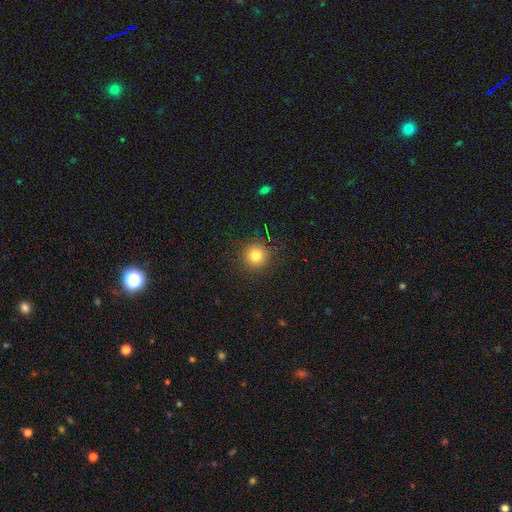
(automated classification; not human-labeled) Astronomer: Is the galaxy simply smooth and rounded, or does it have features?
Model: smooth — 80%.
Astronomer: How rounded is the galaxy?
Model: round — 94%.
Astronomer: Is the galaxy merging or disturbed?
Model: none — 90%.